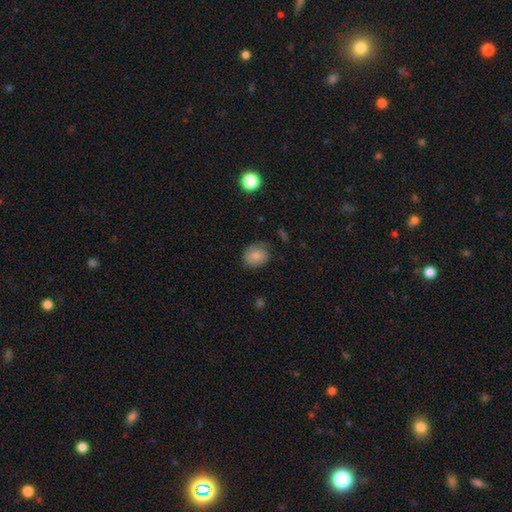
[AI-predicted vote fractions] Morphology: type=smooth (79%); roundness=round (71%); merging=none (75%).